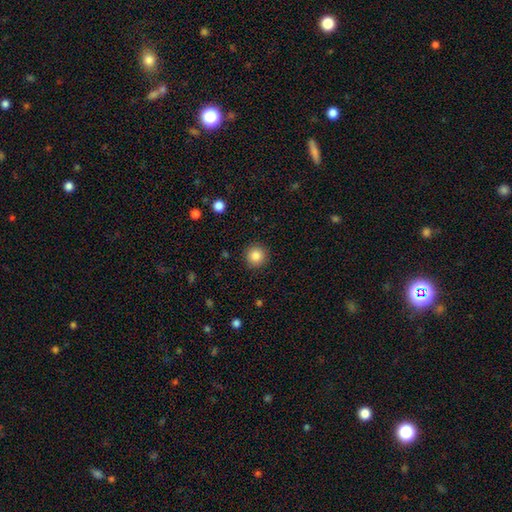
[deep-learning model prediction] smooth 85%, star or artifact 10%, featured or disk 5%. Down the decision tree: how rounded — round (95%); merging — none (91%).